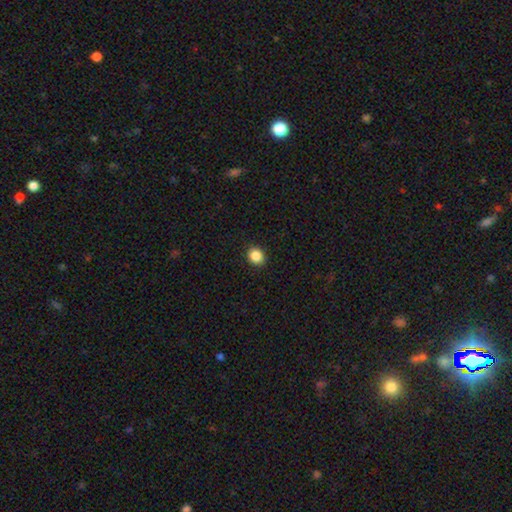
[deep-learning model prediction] This is clearly a smooth galaxy (86%). How rounded: likely round (70%). Merging: clearly none (92%).